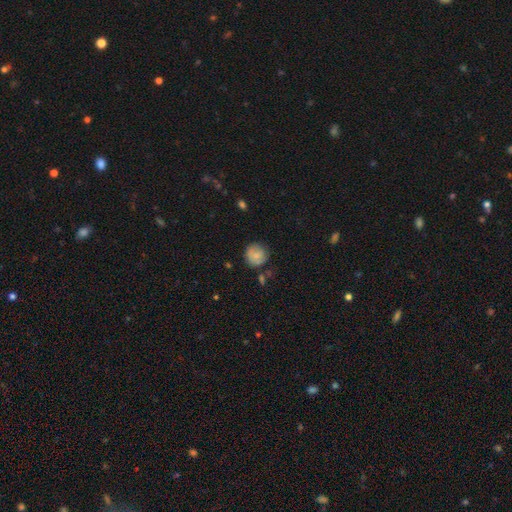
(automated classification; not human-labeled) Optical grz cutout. It shows a smooth galaxy with no disk features (74%) that is round (89%). Merging: none (71%).